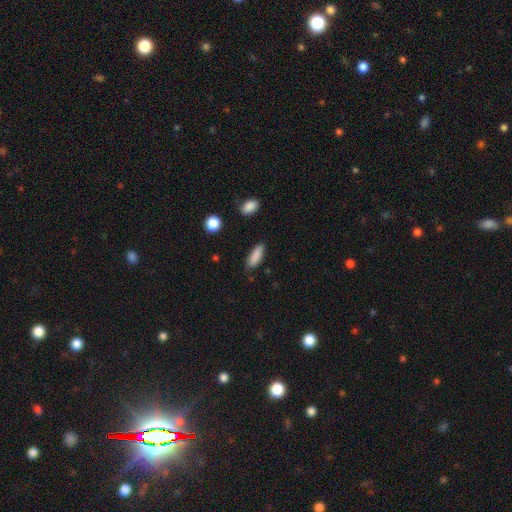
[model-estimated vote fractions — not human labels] smooth_or_featured: smooth (p=0.87) [alt: star or artifact p=0.07]
how_rounded: in between (p=0.61) [alt: cigar-shaped p=0.37]
merging: none (p=0.82) [alt: minor disturbance p=0.14]